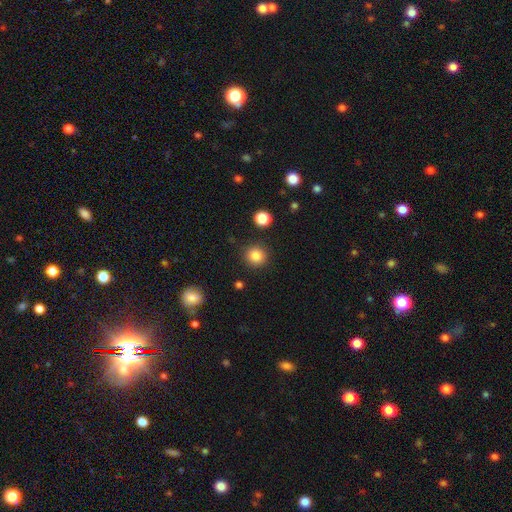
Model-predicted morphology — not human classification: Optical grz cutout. It shows a smooth galaxy with no disk features (85%) that is round (92%). Merging: none (90%).